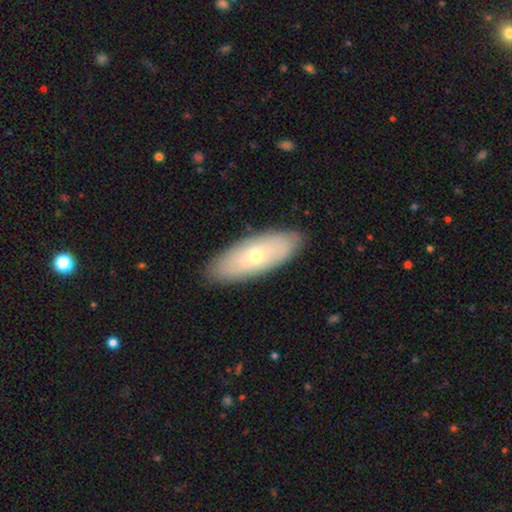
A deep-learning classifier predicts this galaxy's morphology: This appears to be a smooth galaxy with no disk features (51%) that is in between round and cigar-shaped (72%). Merging: none (87%).